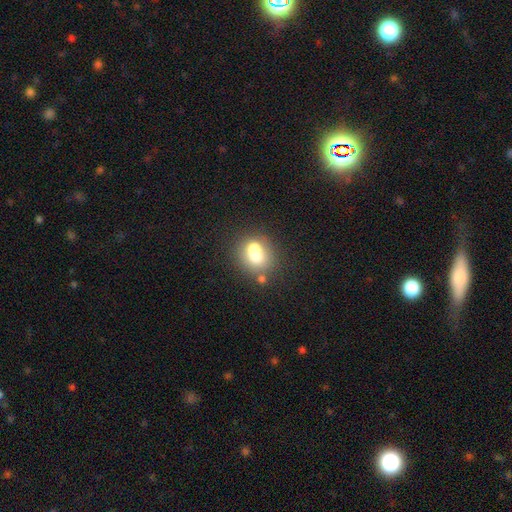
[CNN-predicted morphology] Smooth or featured? smooth (66%)
How rounded? round (66%)
Merging? merger (44%)